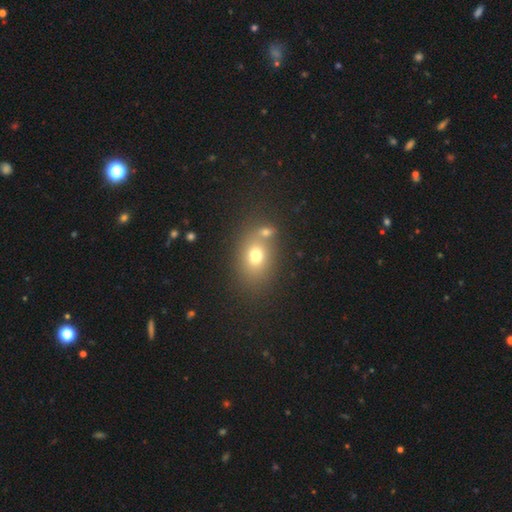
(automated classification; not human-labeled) Q: Smooth or featured?
A: smooth (71%); runner-up: star or artifact (15%)
Q: How rounded?
A: in between (58%); runner-up: round (41%)
Q: Merging?
A: none (55%); runner-up: merger (29%)